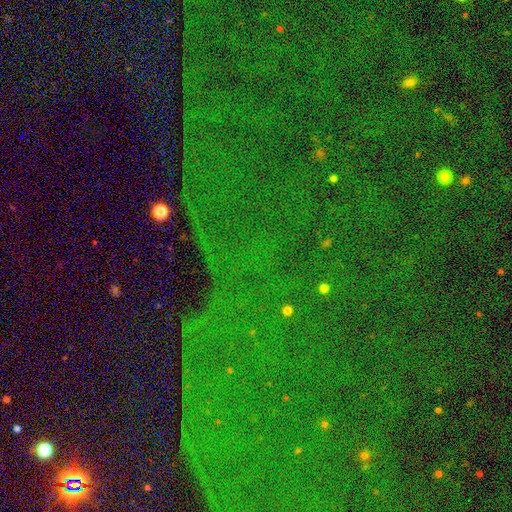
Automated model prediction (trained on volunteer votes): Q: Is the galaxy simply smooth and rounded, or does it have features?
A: star or artifact — 86%.